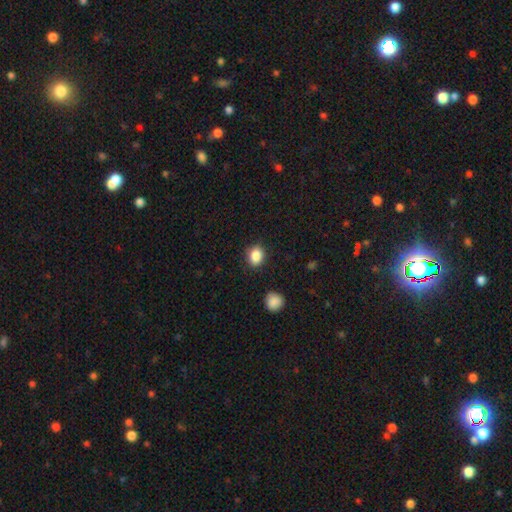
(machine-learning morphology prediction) Overall: smooth (87%). How rounded: in between (50%; round 49%). Merging: none (87%).